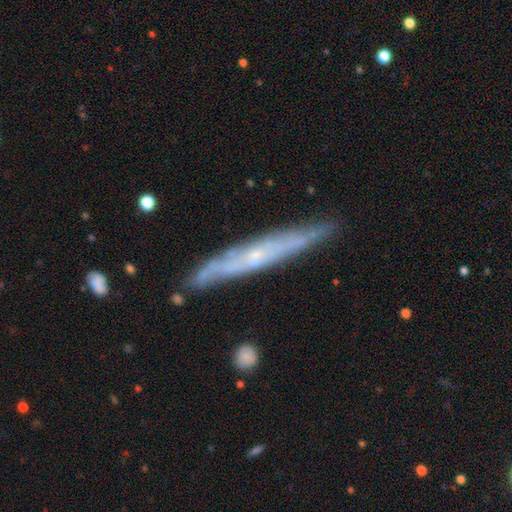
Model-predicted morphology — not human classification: Smooth or featured? featured or disk (70%)
Edge-on disk? yes (79%)
Edge-on bulge? none (57%)
Merging? none (81%)